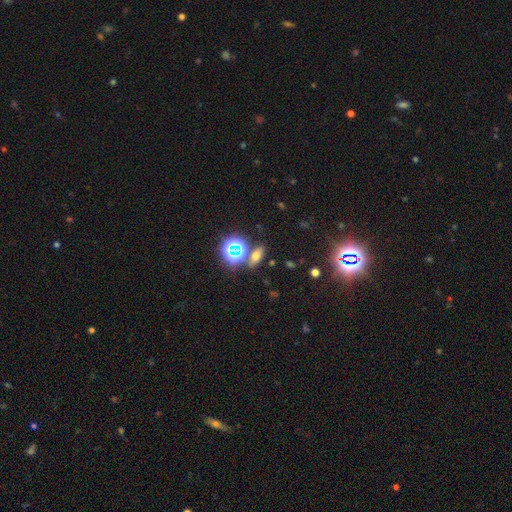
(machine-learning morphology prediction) A smooth galaxy with no disk features (52%) that is in between round and cigar-shaped (68%).

Vote fractions:
- Smooth or featured? smooth: 52% / star or artifact: 31% / featured or disk: 17%
- How rounded? in between: 68% / round: 17% / cigar-shaped: 16%
- Merging? none: 79% / minor disturbance: 9% / merger: 9% / major disturbance: 3%